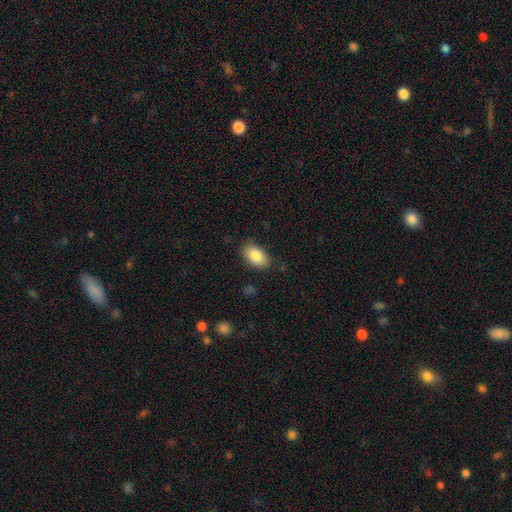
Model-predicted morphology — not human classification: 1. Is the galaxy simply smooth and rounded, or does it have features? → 86% smooth, 7% featured or disk, 7% star or artifact.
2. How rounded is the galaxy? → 92% in between, 6% round, 2% cigar-shaped.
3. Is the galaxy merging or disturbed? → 82% none, 13% minor disturbance, 3% major disturbance, 1% merger.